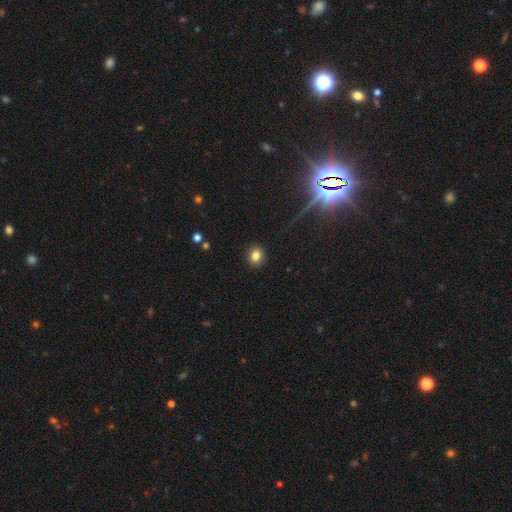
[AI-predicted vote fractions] This is clearly a smooth galaxy (82%). How rounded: likely round (72%). Merging: clearly none (91%).